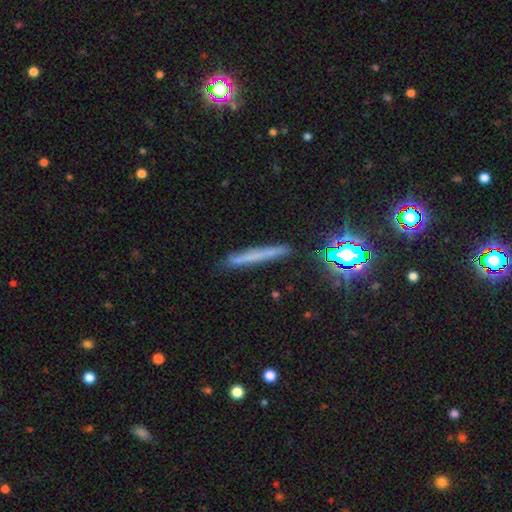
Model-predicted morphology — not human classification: smooth 54%, featured or disk 28%, star or artifact 19%. Down the decision tree: how rounded — cigar-shaped (94%); merging — none (87%).